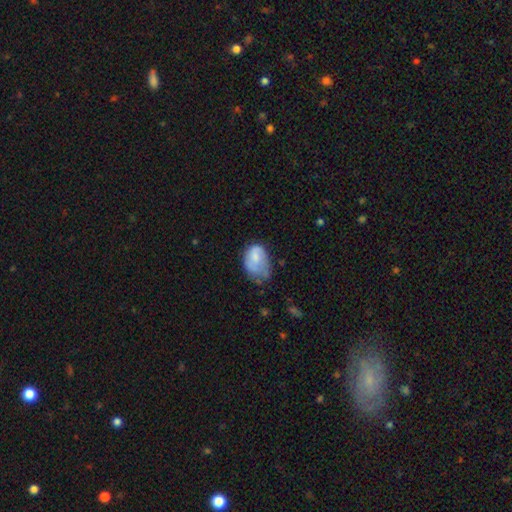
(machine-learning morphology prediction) The model was most divided on "merging": minor disturbance: 40%, major disturbance: 30%, none: 26%, merger: 3%. More confident: how rounded — in between (81%); smooth or featured — smooth (65%).